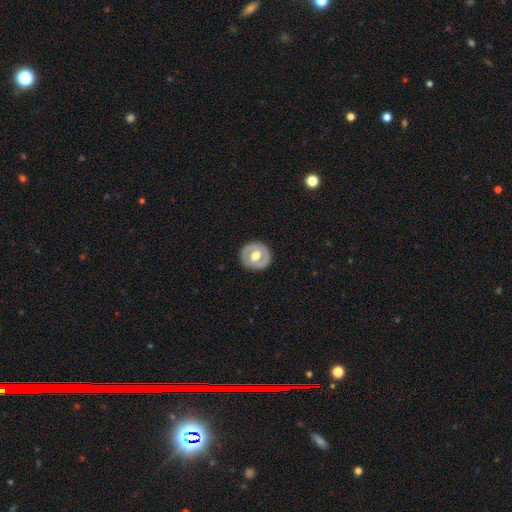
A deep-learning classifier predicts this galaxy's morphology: type=featured or disk (58%); edge-on=no (95%); bar=no (45%); spiral arms=no (64%); bulge=moderate (68%); merging=none (88%).